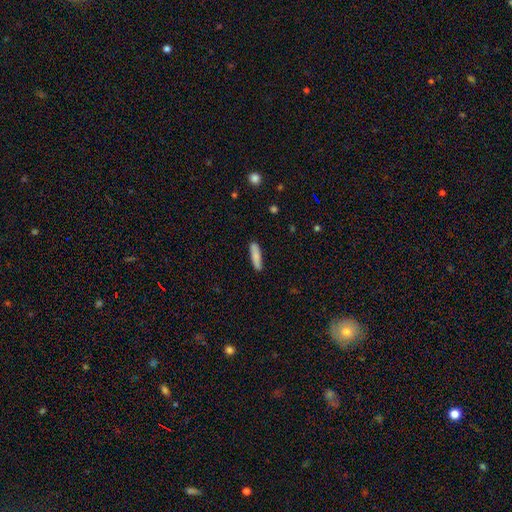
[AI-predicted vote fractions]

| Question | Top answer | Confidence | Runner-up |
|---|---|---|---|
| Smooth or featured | smooth | 84% | featured or disk (10%) |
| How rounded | cigar-shaped | 76% | in between (23%) |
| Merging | none | 85% | minor disturbance (12%) |